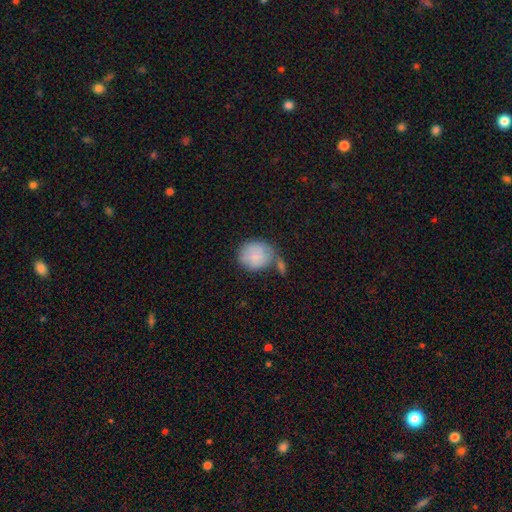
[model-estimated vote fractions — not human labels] smooth_or_featured: smooth (p=0.80) [alt: featured or disk p=0.14]
how_rounded: round (p=0.66) [alt: in between p=0.32]
merging: none (p=0.41) [alt: merger p=0.26]